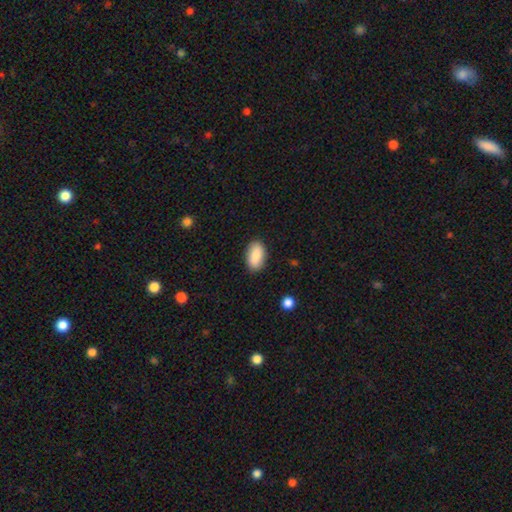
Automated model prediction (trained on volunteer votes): Overall: smooth (87%). How rounded: in between (93%). Merging: none (87%).